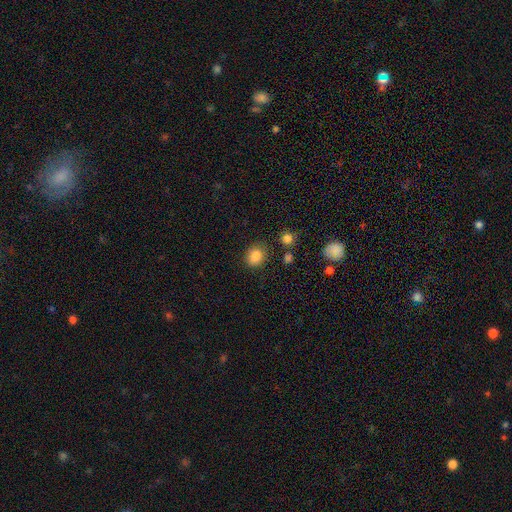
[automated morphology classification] Q: Smooth or featured?
A: smooth (84%); runner-up: star or artifact (11%)
Q: How rounded?
A: round (57%); runner-up: in between (42%)
Q: Merging?
A: none (80%); runner-up: minor disturbance (13%)